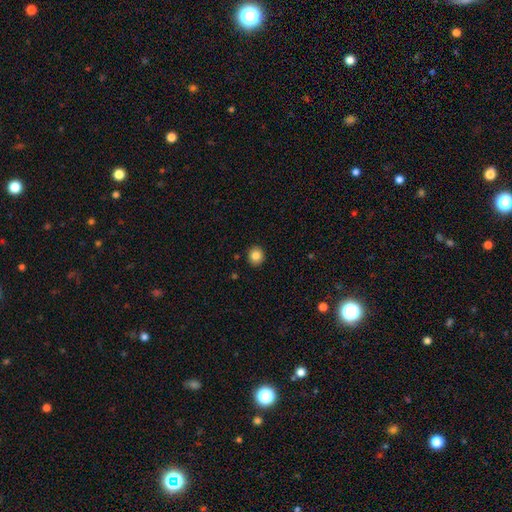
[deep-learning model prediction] Morphology: type=smooth (85%); roundness=round (85%); merging=none (91%).